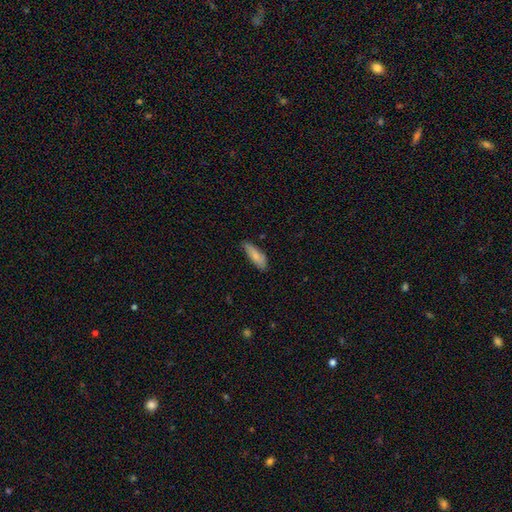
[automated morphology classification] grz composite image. It shows a smooth galaxy with no disk features (78%) that is in between round and cigar-shaped (60%). Merging: none (69%).